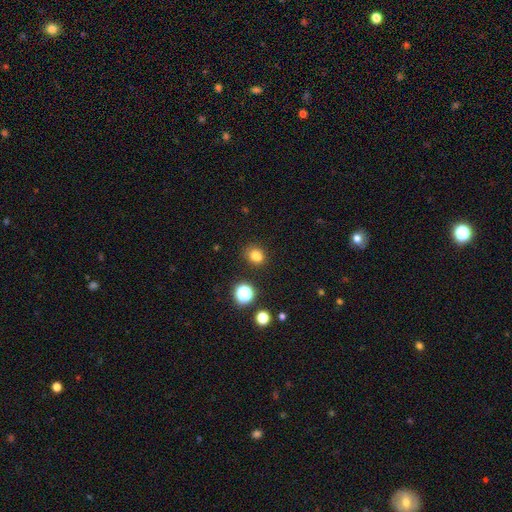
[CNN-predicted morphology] The model was most divided on "merging": none: 56%, merger: 28%, minor disturbance: 12%, major disturbance: 4%. More confident: smooth or featured — smooth (73%); how rounded — round (70%).